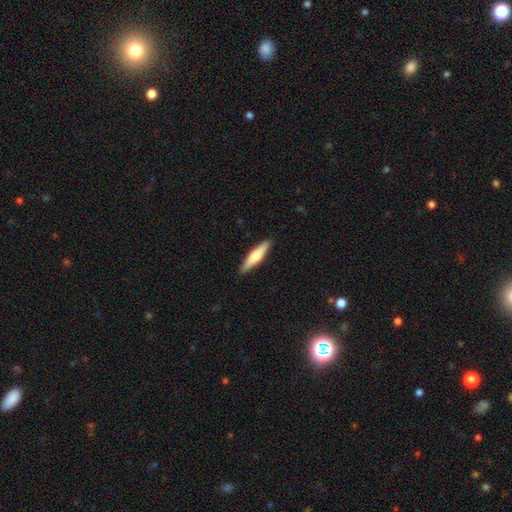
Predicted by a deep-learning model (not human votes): Smooth or featured? smooth (58%)
How rounded? cigar-shaped (81%)
Merging? none (90%)